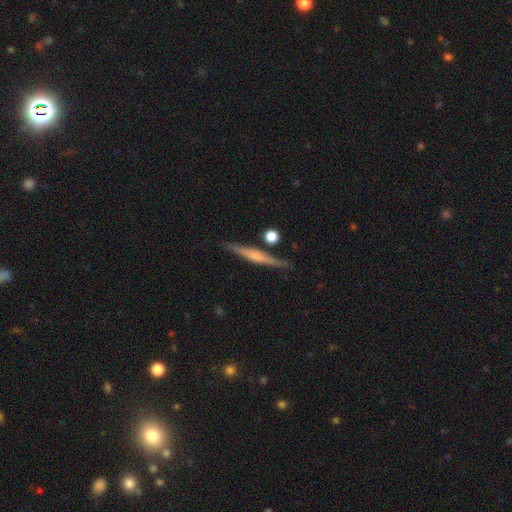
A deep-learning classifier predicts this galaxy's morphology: smooth-or-featured: featured or disk: 64% | smooth: 30% | star or artifact: 6%
  disk-edge-on: yes: 97% | no: 3%
    edge-on-bulge: rounded: 58% | none: 25% | boxy: 18%
  merging: none: 86% | minor disturbance: 8% | merger: 4% | major disturbance: 2%